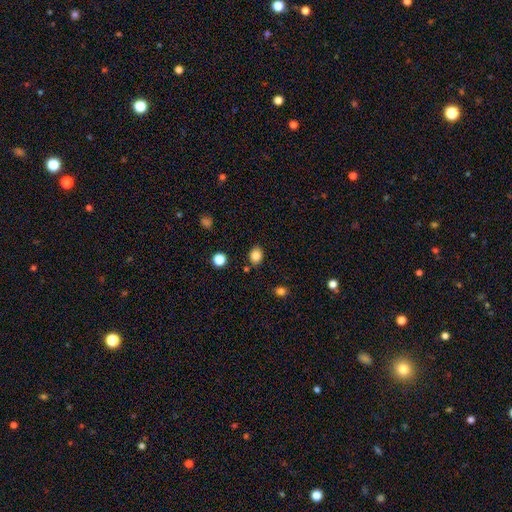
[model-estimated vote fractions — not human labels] Smooth or featured? Predicted: smooth (p=0.84). How rounded? Predicted: round (p=0.52). Merging? Predicted: none (p=0.83).